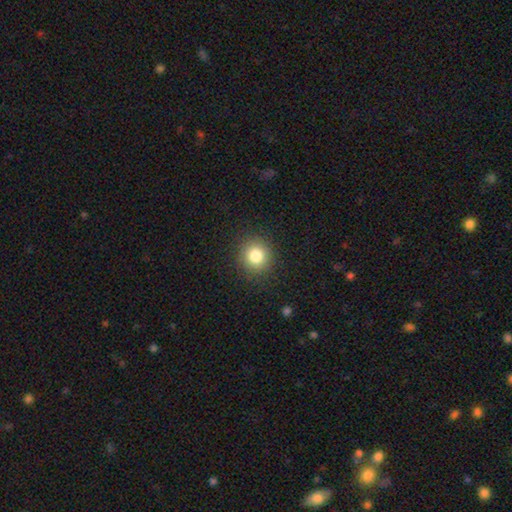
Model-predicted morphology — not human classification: A smooth galaxy with no disk features (82%) that is round (90%).

Vote fractions:
- Smooth or featured? smooth: 82% / star or artifact: 12% / featured or disk: 6%
- How rounded? round: 90% / in between: 9% / cigar-shaped: 1%
- Merging? none: 89% / minor disturbance: 7% / major disturbance: 3% / merger: 1%